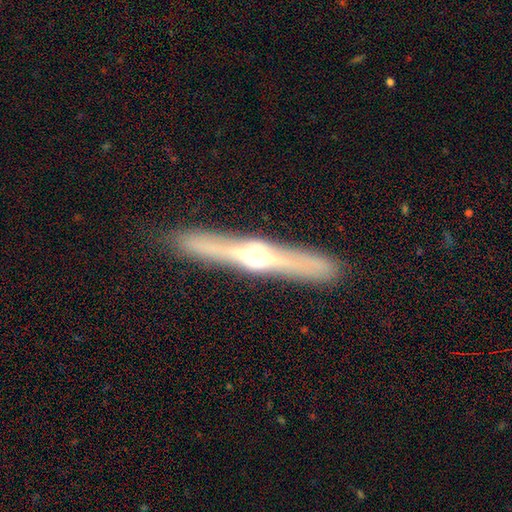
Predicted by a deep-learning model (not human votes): featured or disk 73%, smooth 21%, star or artifact 6%. Down the decision tree: edge-on disk — yes (96%); edge-on bulge — rounded (94%); merging — none (91%).